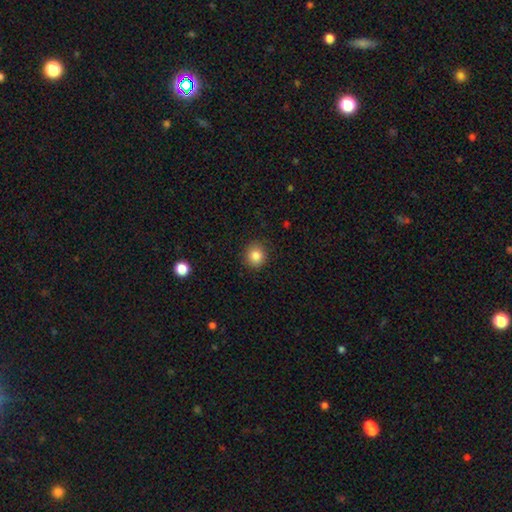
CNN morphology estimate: The model was most divided on "how rounded": round: 86%, in between: 13%, cigar-shaped: 1%. More confident: merging — none (88%); smooth or featured — smooth (85%).